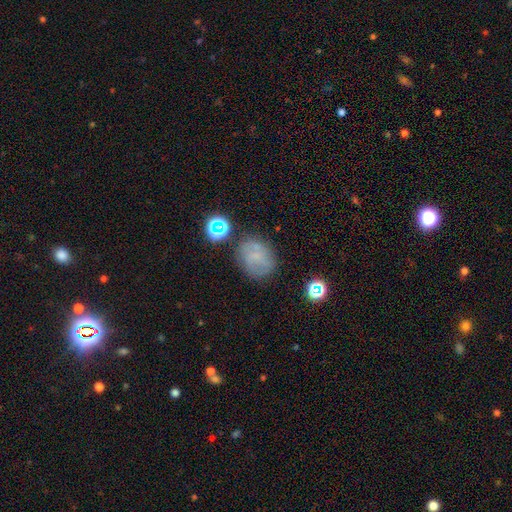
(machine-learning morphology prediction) Smooth or featured? Predicted: smooth (p=0.54). How rounded? Predicted: round (p=0.58). Merging? Predicted: none (p=0.65).